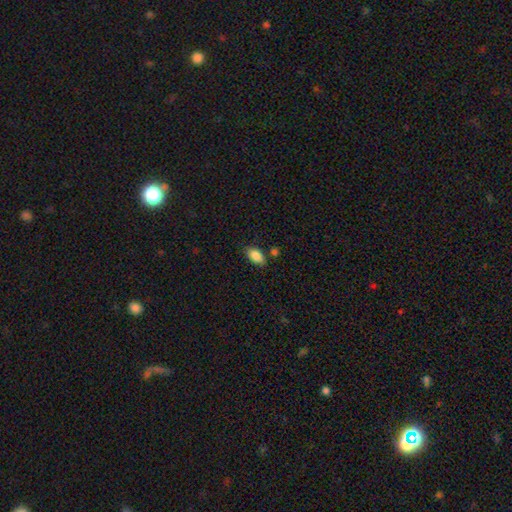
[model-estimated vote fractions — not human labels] Q: Smooth or featured?
A: smooth (87%); runner-up: star or artifact (8%)
Q: How rounded?
A: in between (91%); runner-up: round (6%)
Q: Merging?
A: none (77%); runner-up: minor disturbance (15%)